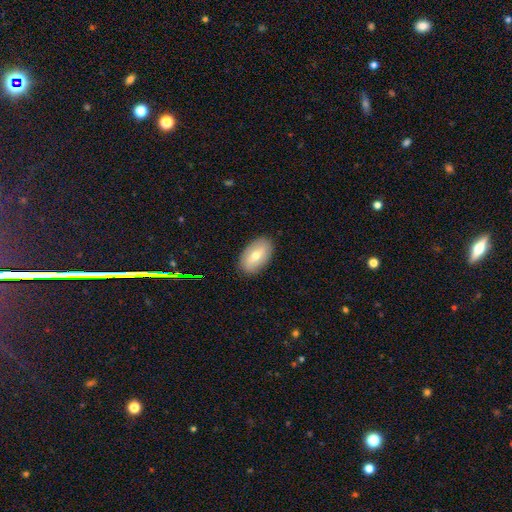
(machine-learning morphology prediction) Smooth or featured?
  - smooth: 62% *
  - featured or disk: 30%
  - star or artifact: 7%
How rounded?
  - in between: 93% *
  - round: 5%
  - cigar-shaped: 2%
Merging?
  - none: 87% *
  - minor disturbance: 10%
  - major disturbance: 2%
  - merger: 1%